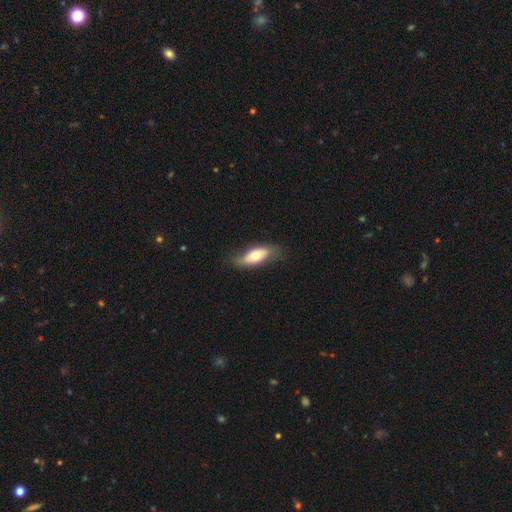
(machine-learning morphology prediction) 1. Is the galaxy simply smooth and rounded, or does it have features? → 60% smooth, 34% featured or disk, 6% star or artifact.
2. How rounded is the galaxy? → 73% in between, 24% cigar-shaped, 3% round.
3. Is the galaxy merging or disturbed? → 68% none, 24% minor disturbance, 7% major disturbance, 1% merger.